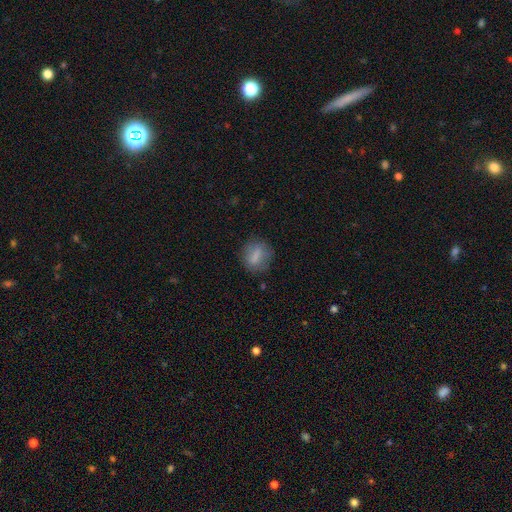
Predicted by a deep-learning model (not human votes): Smooth or featured?
  - smooth: 67% *
  - featured or disk: 24%
  - star or artifact: 9%
How rounded?
  - round: 47% *
  - in between: 43%
  - cigar-shaped: 10%
Merging?
  - none: 77% *
  - minor disturbance: 15%
  - major disturbance: 6%
  - merger: 2%